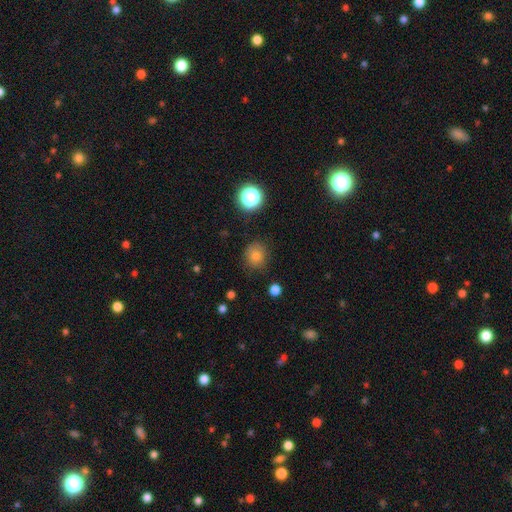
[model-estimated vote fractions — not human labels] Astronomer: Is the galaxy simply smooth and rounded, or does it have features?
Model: smooth — 77%.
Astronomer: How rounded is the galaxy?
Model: round — 84%.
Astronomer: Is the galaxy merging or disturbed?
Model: none — 83%.